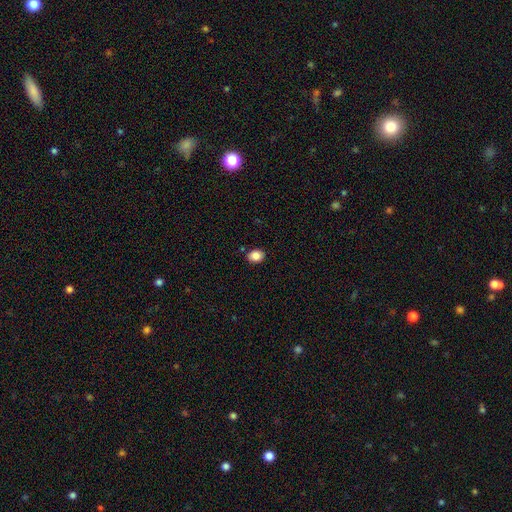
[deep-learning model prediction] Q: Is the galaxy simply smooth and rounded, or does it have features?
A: smooth — 87%.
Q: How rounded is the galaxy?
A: in between — 59%.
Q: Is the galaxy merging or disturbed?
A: none — 84%.